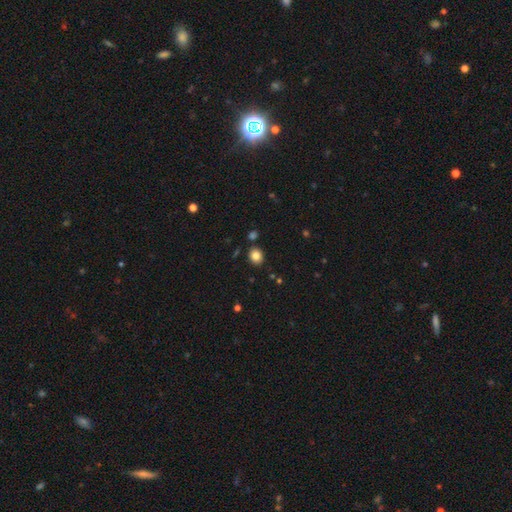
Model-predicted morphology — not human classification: Smooth or featured? smooth (83%)
How rounded? round (63%)
Merging? none (84%)